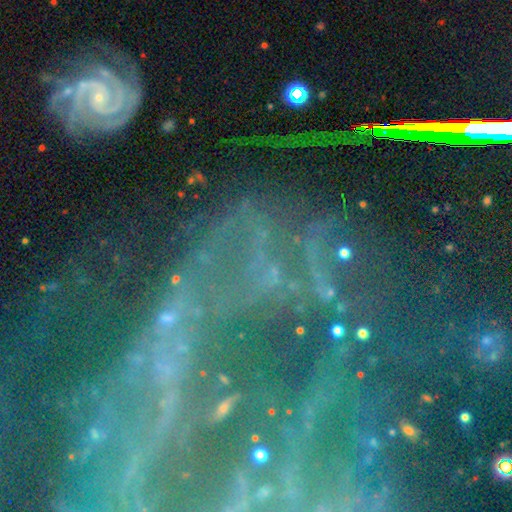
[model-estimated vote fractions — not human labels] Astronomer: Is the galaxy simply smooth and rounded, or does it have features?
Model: star or artifact — 63%.